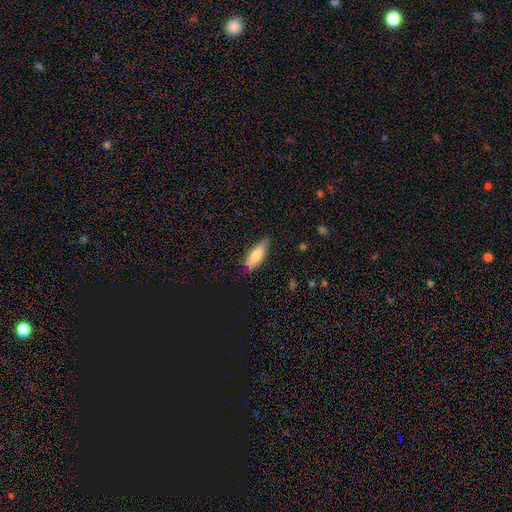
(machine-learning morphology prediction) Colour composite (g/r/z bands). It shows a smooth galaxy with no disk features (77%) that is in between round and cigar-shaped (58%). Merging: none (80%).